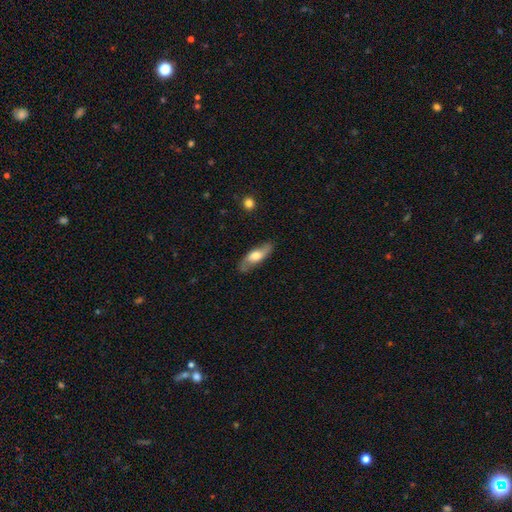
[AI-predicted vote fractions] This is possibly a smooth galaxy (48%). Merging: likely none (79%).